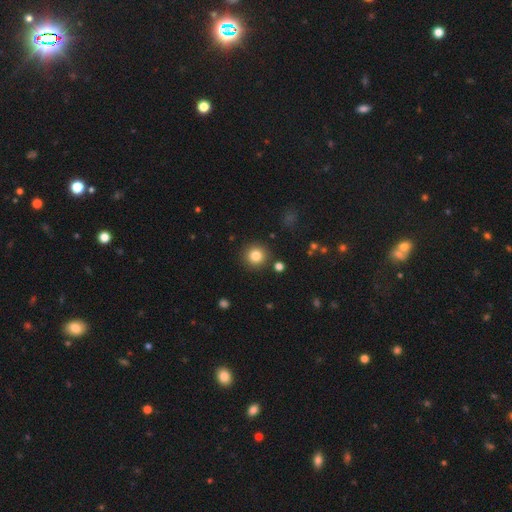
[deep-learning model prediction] A smooth galaxy with no disk features (83%) that is round (94%). Merging: none (89%).